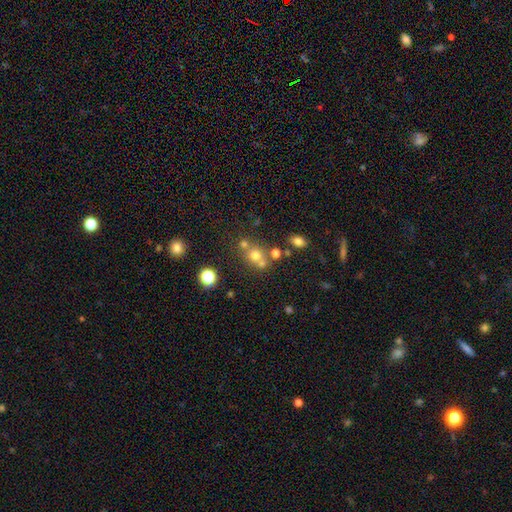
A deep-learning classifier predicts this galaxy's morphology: smooth_or_featured: smooth (p=0.63) [alt: star or artifact p=0.21]
how_rounded: round (p=0.79) [alt: in between p=0.20]
merging: none (p=0.51) [alt: merger p=0.34]